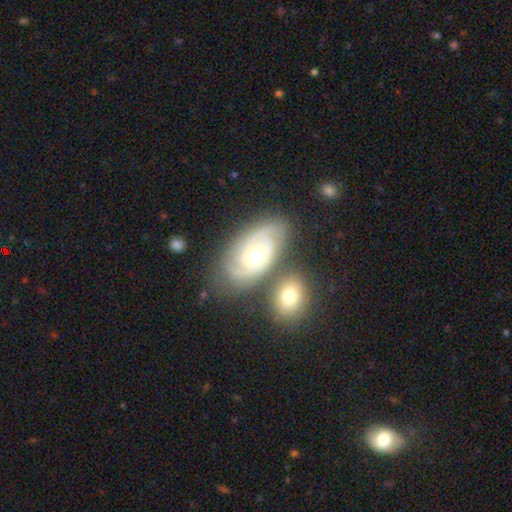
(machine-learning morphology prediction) Smooth or featured? featured or disk (84%)
Edge-on disk? no (95%)
Bar? no (68%)
Spiral arms? yes (95%)
Spiral winding? tight (66%)
Spiral arm count? 2 (52%)
Bulge size? moderate (72%)
Merging? none (66%)